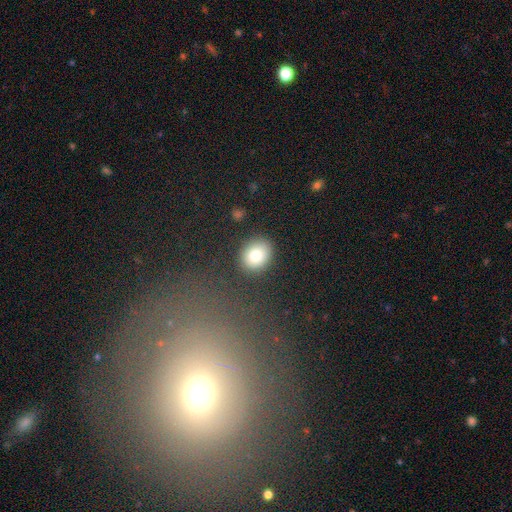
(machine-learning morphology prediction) smooth 81%, star or artifact 9%, featured or disk 9%. Down the decision tree: how rounded — round (60%); merging — none (86%).